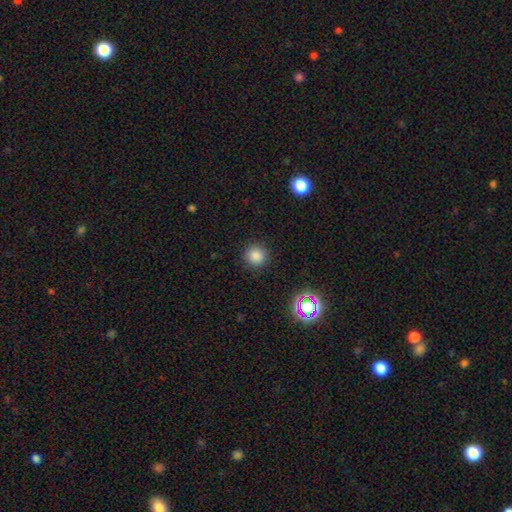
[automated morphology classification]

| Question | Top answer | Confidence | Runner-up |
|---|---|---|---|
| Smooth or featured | smooth | 82% | star or artifact (14%) |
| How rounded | round | 94% | in between (5%) |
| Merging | none | 91% | minor disturbance (6%) |